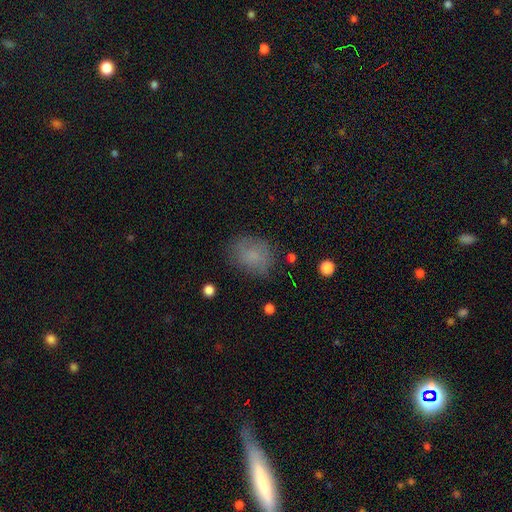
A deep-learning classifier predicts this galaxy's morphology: A smooth galaxy with no disk features (77%) that is in between round and cigar-shaped (59%). Merging: none (74%).